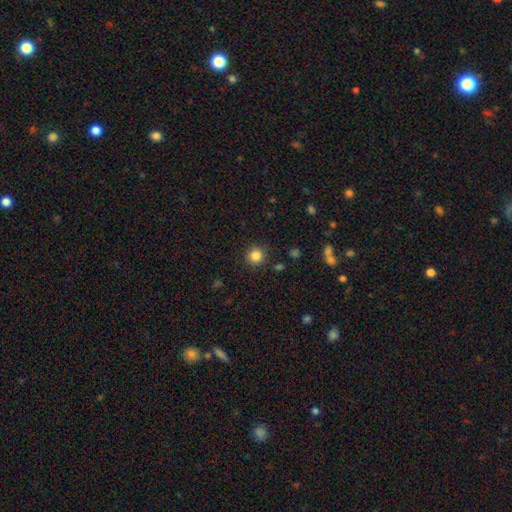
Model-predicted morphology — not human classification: A smooth galaxy with no disk features (84%) that is round (94%). Merging: none (89%).